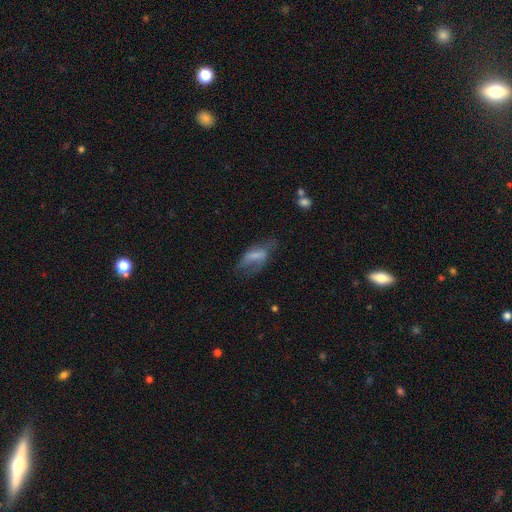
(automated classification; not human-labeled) smooth 50%, featured or disk 41%, star or artifact 9%. Down the decision tree: merging — none (40%).